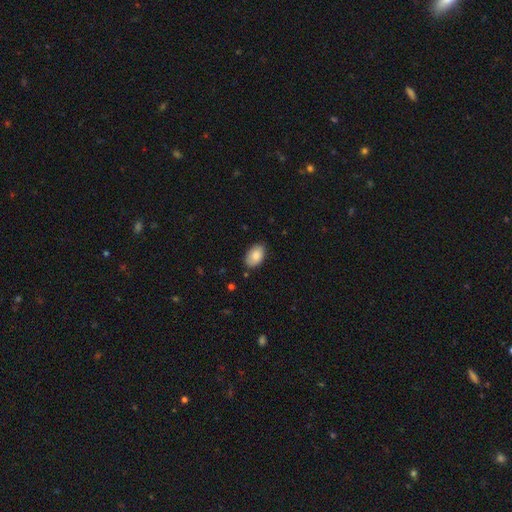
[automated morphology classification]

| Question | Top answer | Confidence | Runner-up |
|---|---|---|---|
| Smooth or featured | smooth | 84% | featured or disk (9%) |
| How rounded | in between | 92% | round (7%) |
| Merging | none | 81% | minor disturbance (15%) |